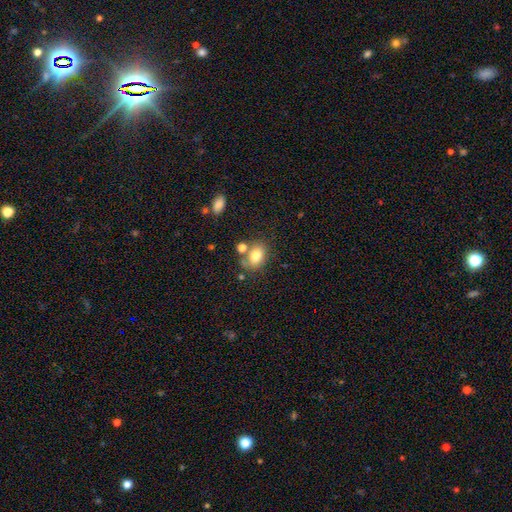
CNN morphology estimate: The model was most divided on "how rounded": in between: 68%, round: 30%, cigar-shaped: 1%. More confident: smooth or featured — smooth (78%); merging — none (61%).